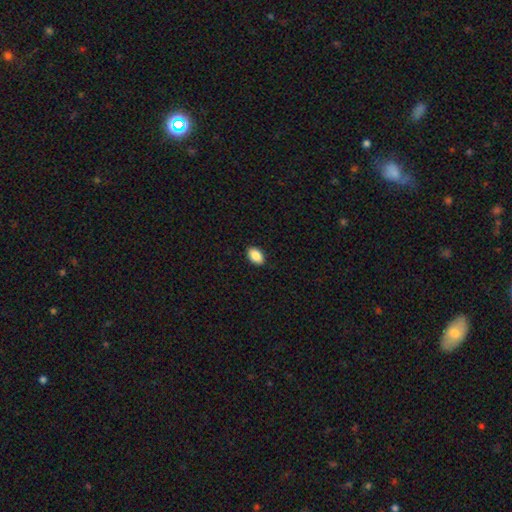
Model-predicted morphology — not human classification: A smooth galaxy with no disk features (89%) that is in between round and cigar-shaped (91%). Merging: none (90%).